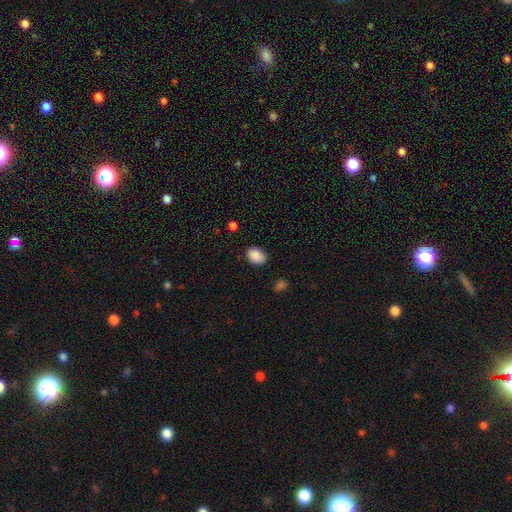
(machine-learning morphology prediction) Q: Smooth or featured?
A: smooth (89%); runner-up: star or artifact (8%)
Q: How rounded?
A: in between (78%); runner-up: round (21%)
Q: Merging?
A: none (85%); runner-up: minor disturbance (11%)